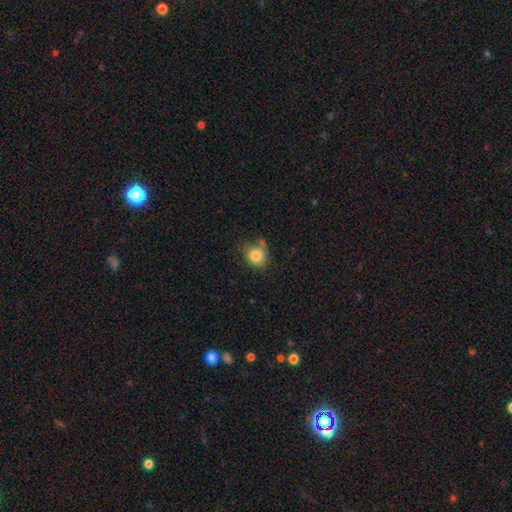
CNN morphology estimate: Smooth or featured: smooth — 81% (star or artifact — 10%)
How rounded: round — 70% (in between — 29%)
Merging: none — 54% (minor disturbance — 23%)